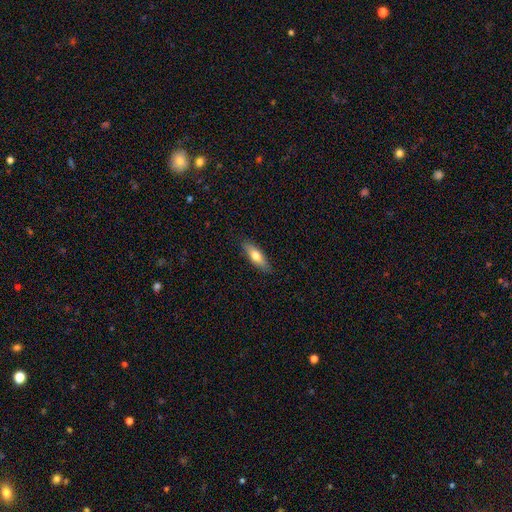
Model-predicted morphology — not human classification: This is likely a smooth galaxy (68%). How rounded: possibly in between (53%). Merging: clearly none (88%).